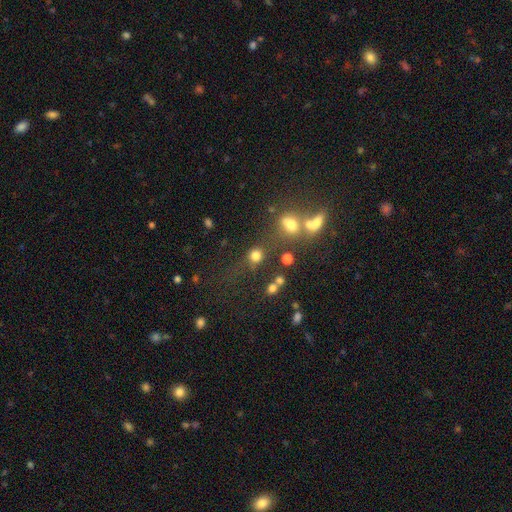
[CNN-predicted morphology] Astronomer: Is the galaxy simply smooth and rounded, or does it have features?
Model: smooth — 75%.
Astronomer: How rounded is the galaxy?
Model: round — 79%.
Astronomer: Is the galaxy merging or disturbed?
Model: none — 60%.